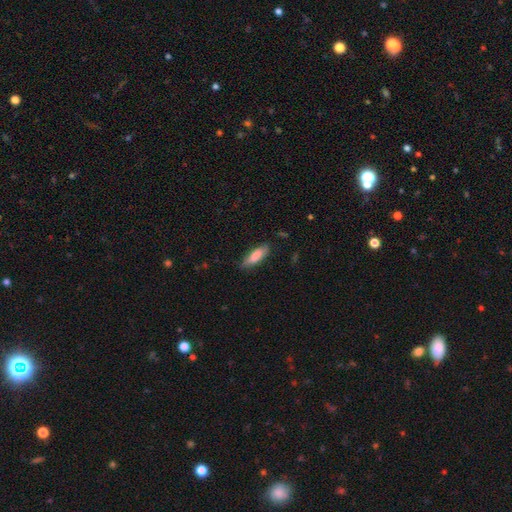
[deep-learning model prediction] Smooth or featured? Predicted: smooth (p=0.81). How rounded? Predicted: in between (p=0.50). Merging? Predicted: none (p=0.78).